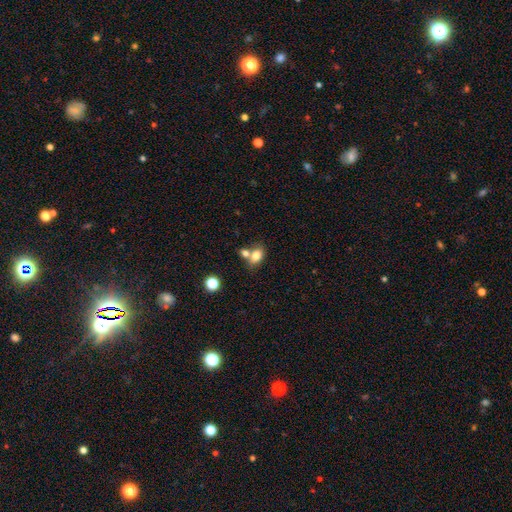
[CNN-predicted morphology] Smooth or featured: smooth — 78% (featured or disk — 11%)
How rounded: in between — 76% (round — 23%)
Merging: none — 46% (merger — 39%)